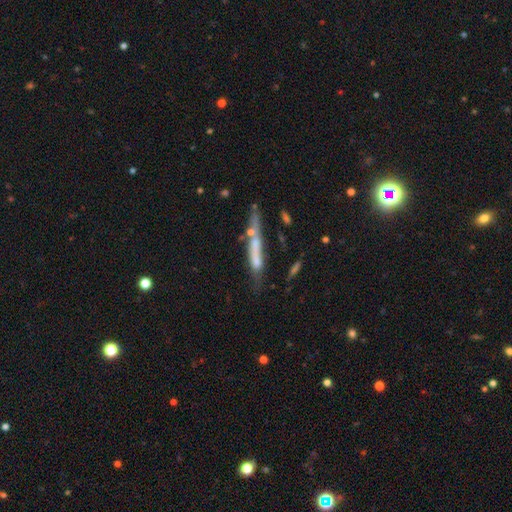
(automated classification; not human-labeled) smooth 46%, featured or disk 45%, star or artifact 9%. Down the decision tree: merging — none (44%).